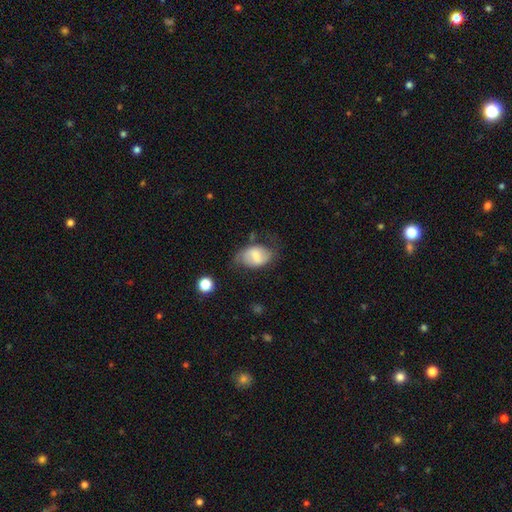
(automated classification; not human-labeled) The model was most divided on "smooth or featured": smooth: 52%, featured or disk: 41%, star or artifact: 8%. More confident: how rounded — in between (81%); merging — none (56%).